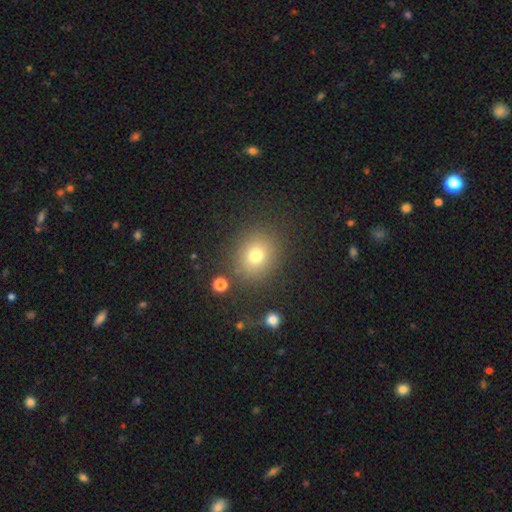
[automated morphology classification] Smooth or featured? Predicted: smooth (p=0.75). How rounded? Predicted: round (p=0.76). Merging? Predicted: none (p=0.84).